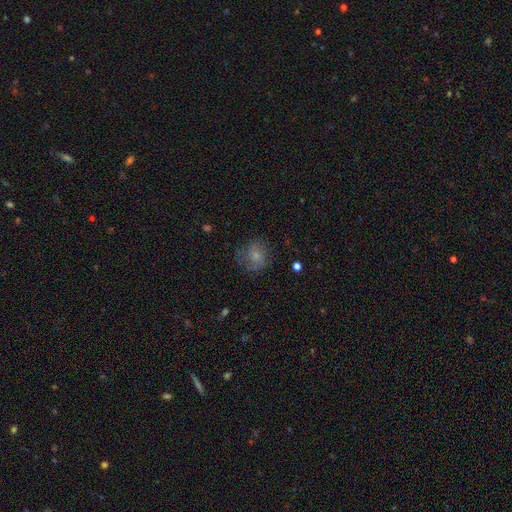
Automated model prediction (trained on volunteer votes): A smooth galaxy with no disk features (72%) that is round (78%).

Vote fractions:
- Smooth or featured? smooth: 72% / featured or disk: 18% / star or artifact: 10%
- How rounded? round: 78% / in between: 21% / cigar-shaped: 1%
- Merging? none: 64% / minor disturbance: 22% / major disturbance: 13% / merger: 1%